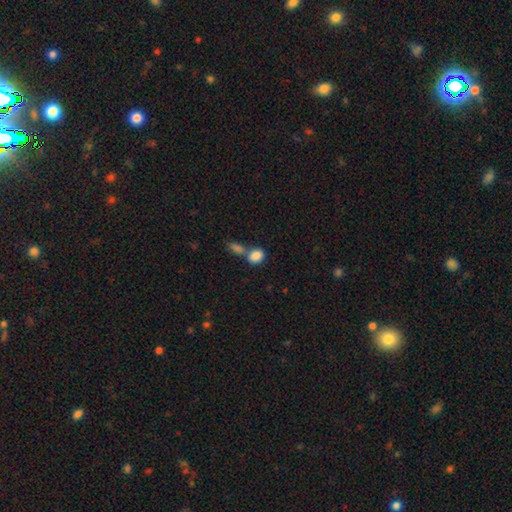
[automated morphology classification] A smooth galaxy with no disk features (86%) that is in between round and cigar-shaped (70%). Merging: merger (51%).